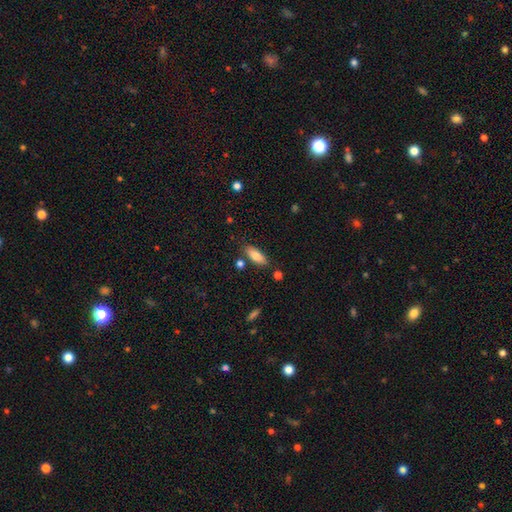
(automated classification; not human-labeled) smooth_or_featured: smooth (p=0.80) [alt: featured or disk p=0.13]
how_rounded: in between (p=0.76) [alt: cigar-shaped p=0.22]
merging: none (p=0.79) [alt: minor disturbance p=0.13]